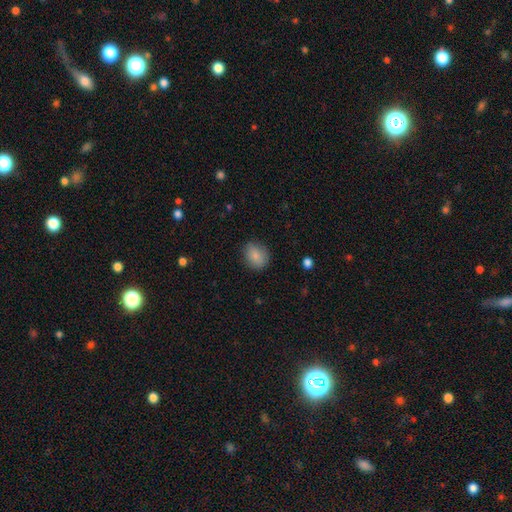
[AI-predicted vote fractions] A smooth galaxy with no disk features (85%) that is round (50%).

Vote fractions:
- Smooth or featured? smooth: 85% / star or artifact: 8% / featured or disk: 7%
- How rounded? round: 50% / in between: 49% / cigar-shaped: 1%
- Merging? none: 82% / minor disturbance: 13% / major disturbance: 3% / merger: 1%